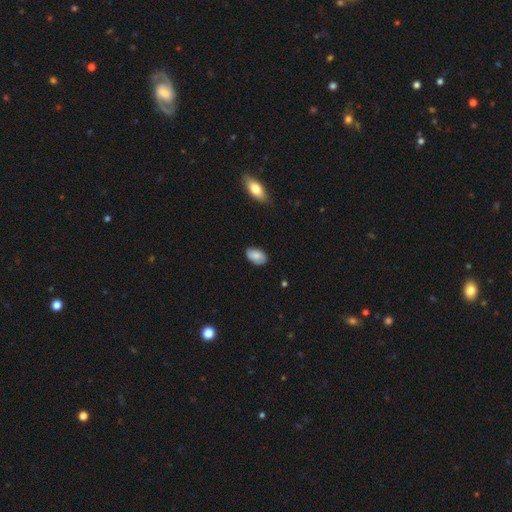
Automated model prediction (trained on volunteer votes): Smooth or featured? Predicted: smooth (p=0.82). How rounded? Predicted: in between (p=0.93). Merging? Predicted: none (p=0.81).